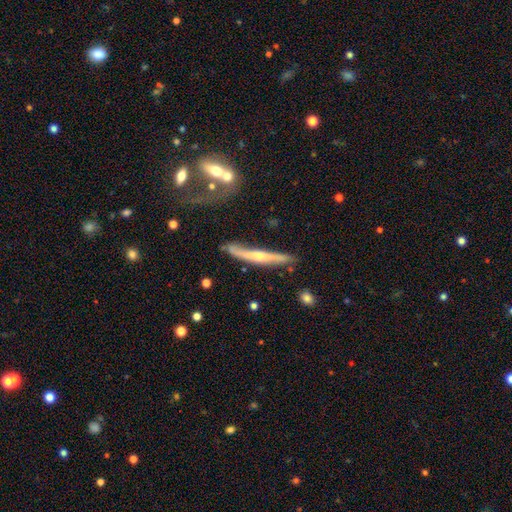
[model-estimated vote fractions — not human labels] This is likely a featured or disk galaxy (68%). It is clearly viewed edge-on (89%). Edge-on bulge: likely rounded (67%). Merging: possibly none (58%).